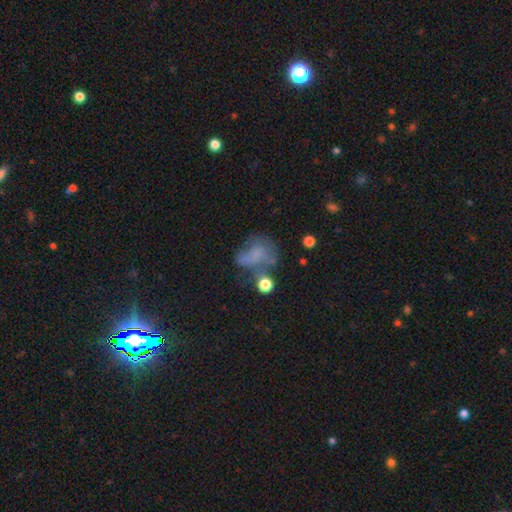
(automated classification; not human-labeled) A smooth galaxy with no disk features (44%). Merging: major disturbance (35%).